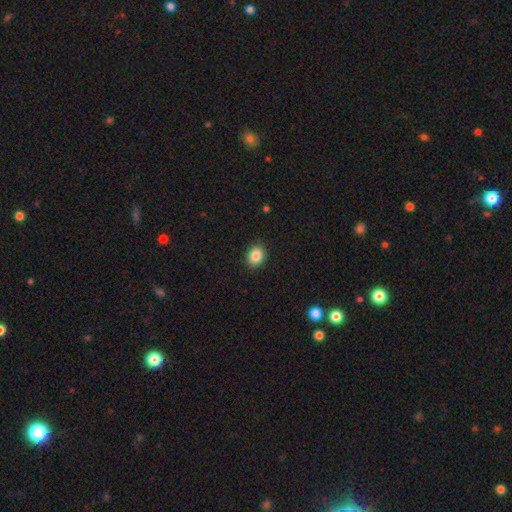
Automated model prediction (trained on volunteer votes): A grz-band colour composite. It shows a smooth galaxy with no disk features (86%) that is in between round and cigar-shaped (51%). Merging: none (89%).